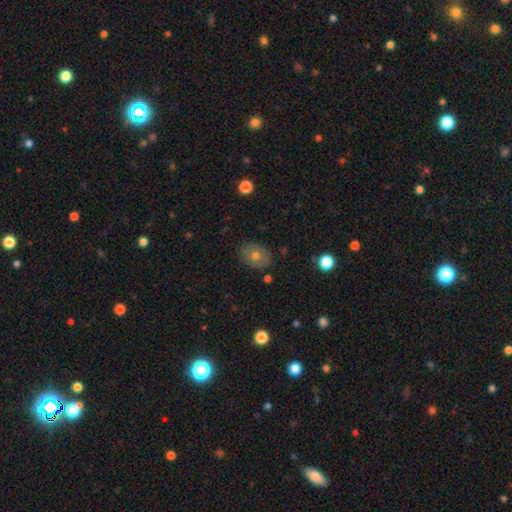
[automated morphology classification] The model was most divided on "how rounded": in between: 64%, round: 34%, cigar-shaped: 1%. More confident: merging — none (84%); smooth or featured — smooth (67%).